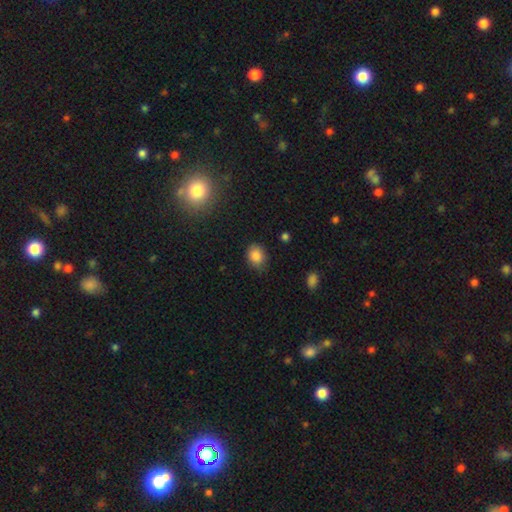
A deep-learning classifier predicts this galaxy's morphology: This appears to be a smooth galaxy with no disk features (86%) that is round (50%). Merging: none (75%).